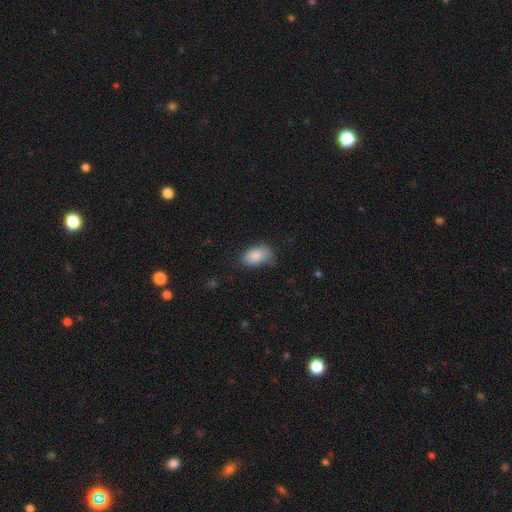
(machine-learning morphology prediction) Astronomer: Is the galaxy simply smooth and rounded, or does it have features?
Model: smooth — 86%.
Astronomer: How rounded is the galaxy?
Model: in between — 92%.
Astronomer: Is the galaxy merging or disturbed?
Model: none — 63%.